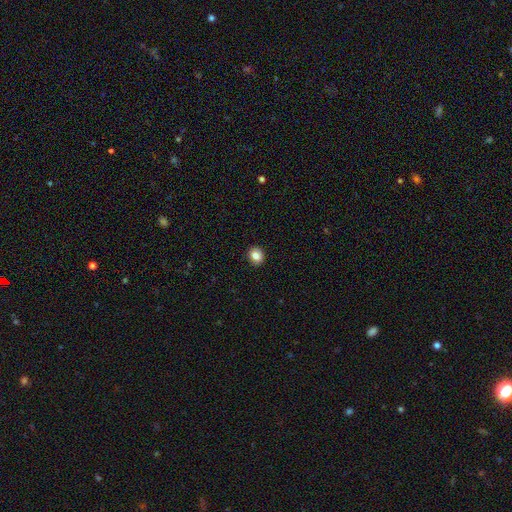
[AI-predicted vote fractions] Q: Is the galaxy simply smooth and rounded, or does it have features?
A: smooth — 83%.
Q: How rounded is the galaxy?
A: round — 69%.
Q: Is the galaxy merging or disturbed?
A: none — 91%.